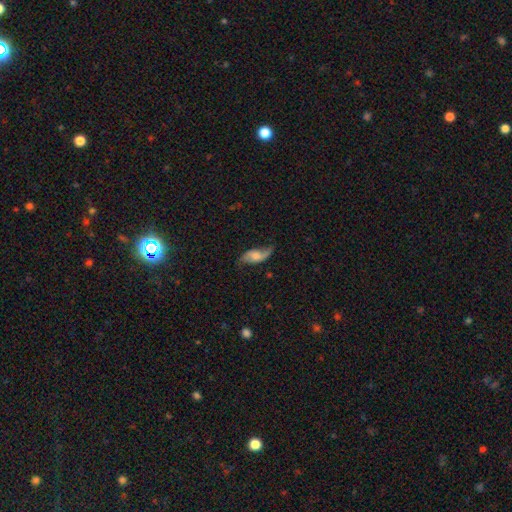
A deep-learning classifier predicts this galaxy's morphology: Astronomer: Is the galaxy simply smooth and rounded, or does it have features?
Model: featured or disk — 65%.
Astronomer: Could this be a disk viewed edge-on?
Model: no — 92%.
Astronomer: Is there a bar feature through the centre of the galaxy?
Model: no — 58%.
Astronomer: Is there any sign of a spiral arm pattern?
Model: yes — 91%.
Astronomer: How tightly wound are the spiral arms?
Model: loose — 78%.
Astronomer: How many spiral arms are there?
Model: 2 — 85%.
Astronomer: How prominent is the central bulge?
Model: moderate — 49% (runner-up: small, 30%).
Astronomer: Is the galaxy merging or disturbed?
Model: none — 64%.